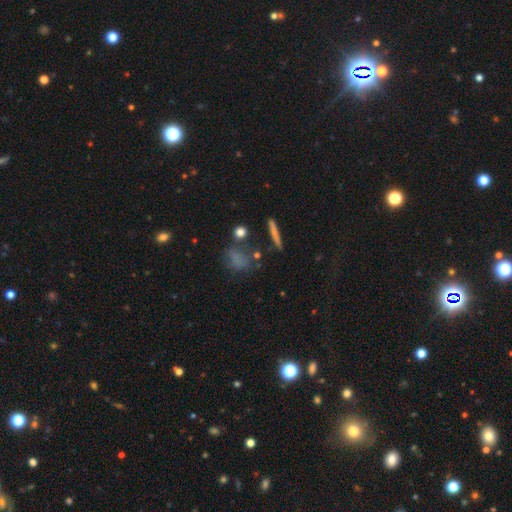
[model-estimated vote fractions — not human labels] A smooth galaxy with no disk features (55%) that is round (42%).

Vote fractions:
- Smooth or featured? smooth: 55% / star or artifact: 25% / featured or disk: 20%
- How rounded? round: 42% / in between: 35% / cigar-shaped: 23%
- Merging? none: 63% / minor disturbance: 17% / merger: 10% / major disturbance: 10%